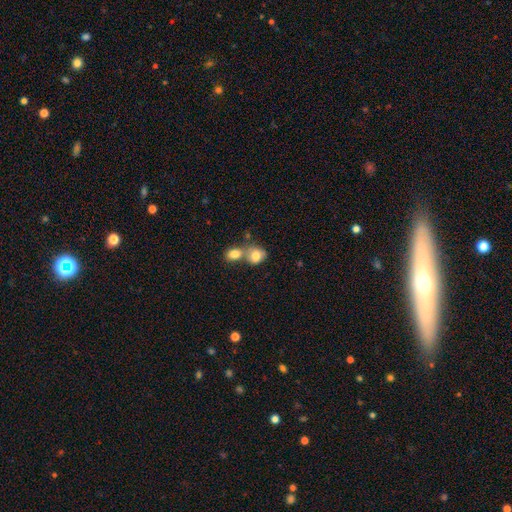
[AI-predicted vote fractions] Smooth or featured: smooth — 81% (featured or disk — 11%)
How rounded: round — 53% (in between — 46%)
Merging: merger — 57% (none — 30%)